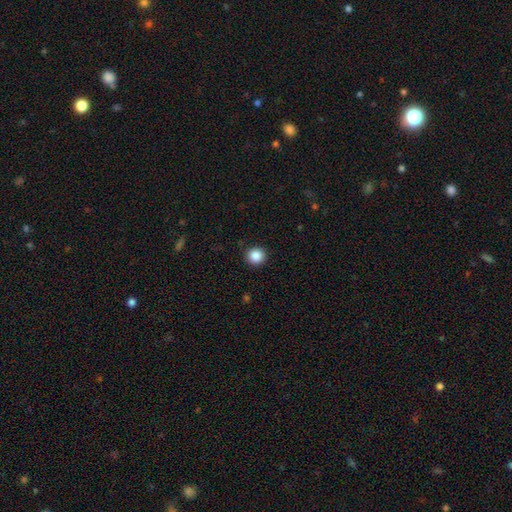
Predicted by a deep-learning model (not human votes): smooth-or-featured: smooth: 87% | star or artifact: 9% | featured or disk: 3%
  how-rounded: round: 93% | in between: 7% | cigar-shaped: 1%
  merging: none: 91% | minor disturbance: 6% | major disturbance: 2% | merger: 1%